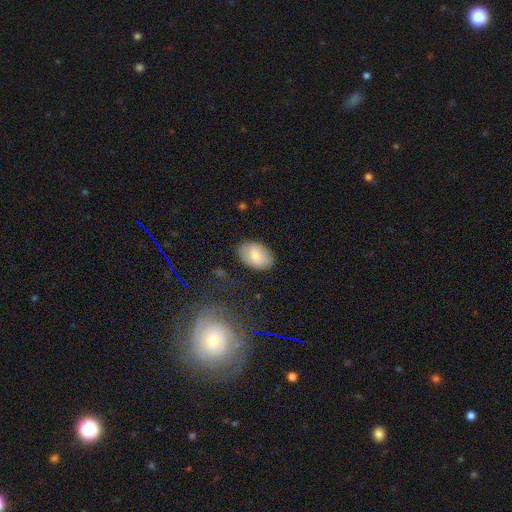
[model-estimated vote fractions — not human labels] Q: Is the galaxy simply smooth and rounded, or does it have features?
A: smooth — 71%.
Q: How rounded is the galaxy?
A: in between — 88%.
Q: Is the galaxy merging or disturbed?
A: none — 83%.